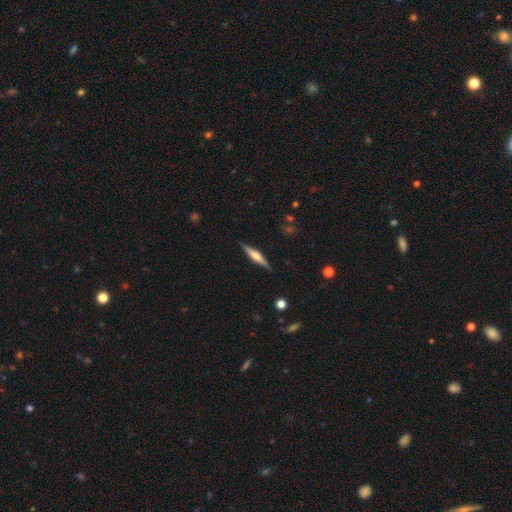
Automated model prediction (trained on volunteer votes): Morphology: type=featured or disk (63%); edge-on=yes (97%); edge-on bulge=rounded (80%); merging=none (89%).